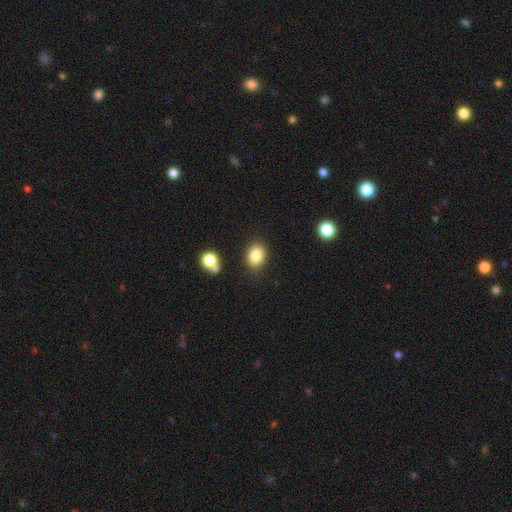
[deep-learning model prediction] Smooth or featured? Predicted: smooth (p=0.84). How rounded? Predicted: in between (p=0.63). Merging? Predicted: none (p=0.82).